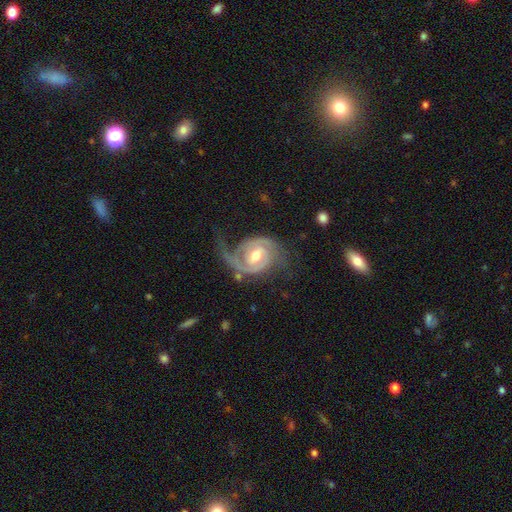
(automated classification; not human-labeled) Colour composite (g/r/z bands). It shows a featured or disk galaxy (92%) with a weak bar (50%), 2 (78%) tight (45%) spiral arms (98%) and a moderate central bulge (74%). Merging: none (56%).